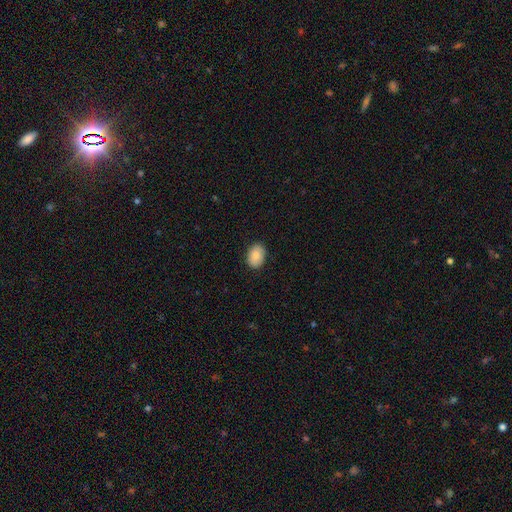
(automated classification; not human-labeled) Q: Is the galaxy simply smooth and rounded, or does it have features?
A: smooth — 86%.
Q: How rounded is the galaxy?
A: in between — 77%.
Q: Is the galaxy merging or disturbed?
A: none — 88%.